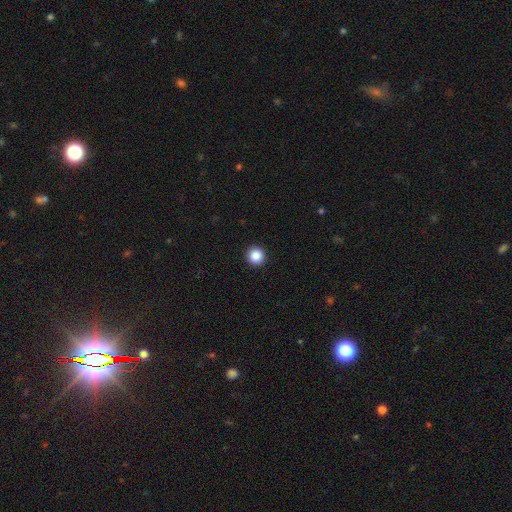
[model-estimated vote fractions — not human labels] A smooth galaxy with no disk features (87%) that is round (96%).

Vote fractions:
- Smooth or featured? smooth: 87% / star or artifact: 10% / featured or disk: 3%
- How rounded? round: 96% / in between: 3% / cigar-shaped: 1%
- Merging? none: 94% / minor disturbance: 4% / major disturbance: 1% / merger: 1%